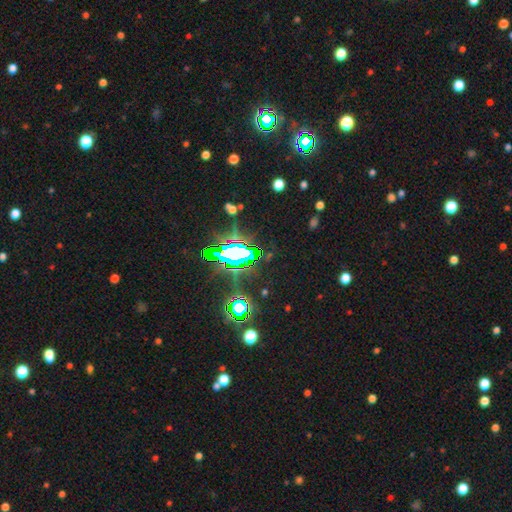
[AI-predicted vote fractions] Smooth or featured: star or artifact — 79% (smooth — 11%)